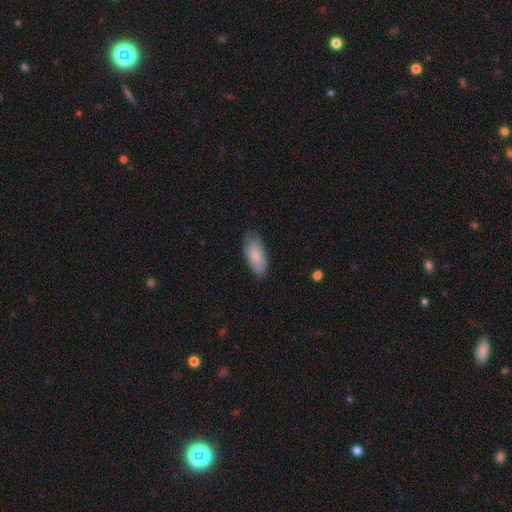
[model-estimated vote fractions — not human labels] smooth_or_featured: smooth (p=0.76) [alt: featured or disk p=0.18]
how_rounded: in between (p=0.89) [alt: cigar-shaped p=0.09]
merging: none (p=0.76) [alt: minor disturbance p=0.20]